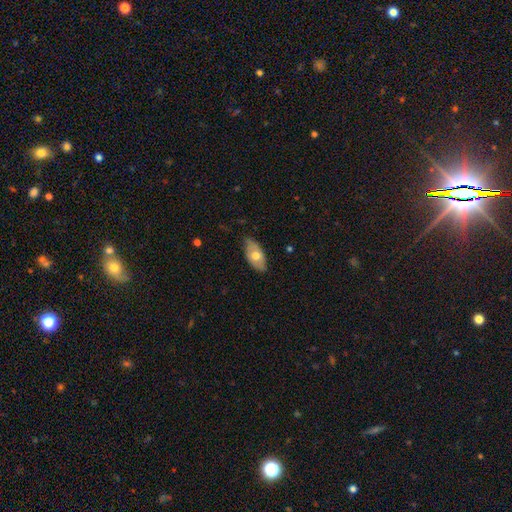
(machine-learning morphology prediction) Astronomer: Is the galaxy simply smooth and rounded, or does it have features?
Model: smooth — 60%.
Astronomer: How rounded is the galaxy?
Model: in between — 92%.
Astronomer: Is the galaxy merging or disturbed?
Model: none — 72%.